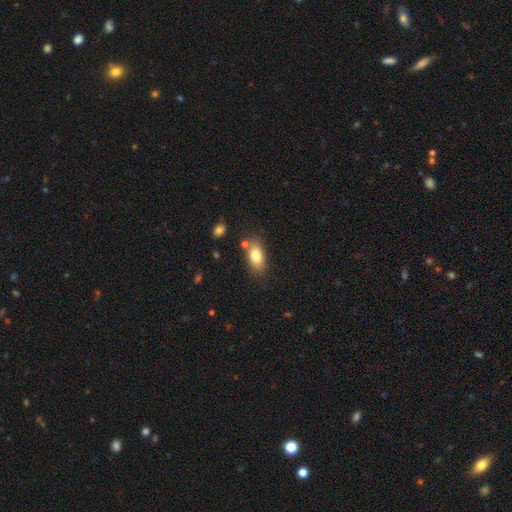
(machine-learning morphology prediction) This is likely a smooth galaxy (79%). How rounded: clearly in between (88%). Merging: likely none (75%).